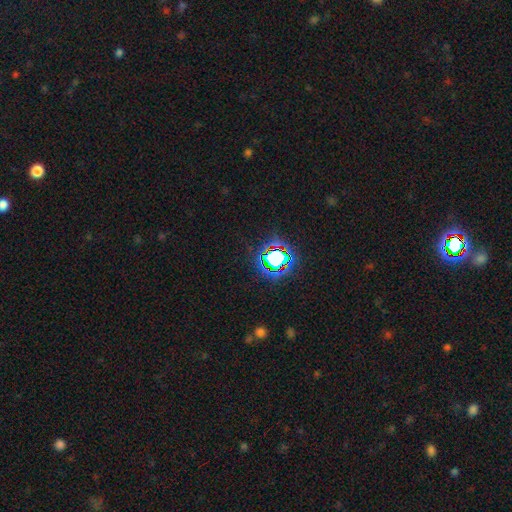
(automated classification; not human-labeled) Overall: star or artifact (77%).